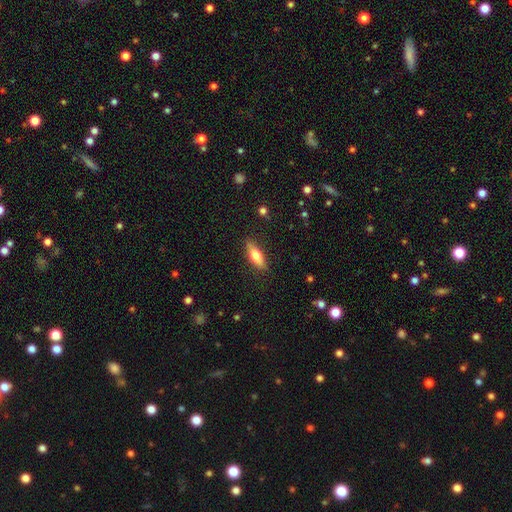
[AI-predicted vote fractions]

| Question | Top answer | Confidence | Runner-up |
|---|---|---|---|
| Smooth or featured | smooth | 63% | featured or disk (31%) |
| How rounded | in between | 53% | cigar-shaped (45%) |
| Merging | none | 86% | minor disturbance (10%) |